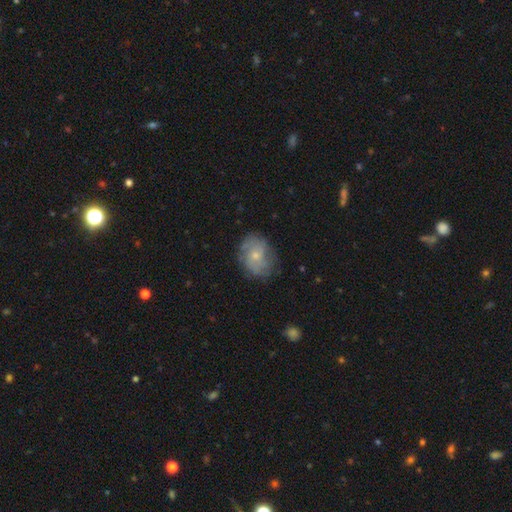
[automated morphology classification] Smooth or featured?
  - featured or disk: 49% *
  - smooth: 43%
  - star or artifact: 8%
Merging?
  - none: 71% *
  - minor disturbance: 21%
  - major disturbance: 7%
  - merger: 1%